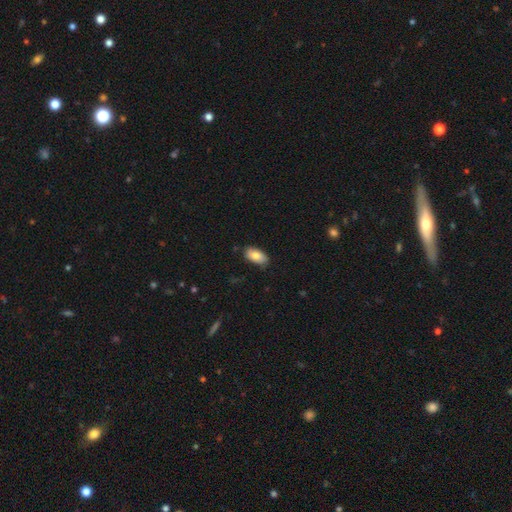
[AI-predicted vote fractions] The model was most divided on "merging": none: 81%, minor disturbance: 15%, major disturbance: 2%, merger: 1%. More confident: how rounded — in between (94%); smooth or featured — smooth (82%).